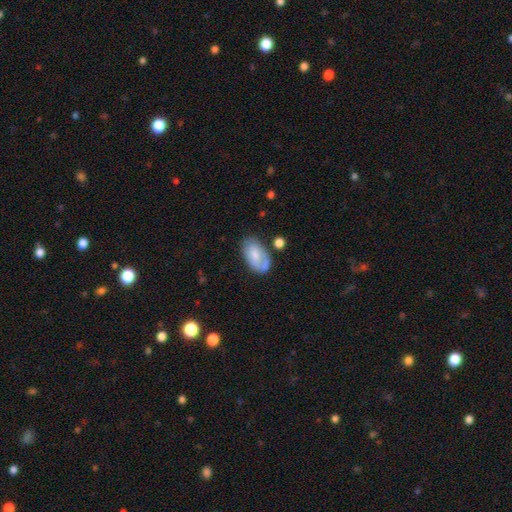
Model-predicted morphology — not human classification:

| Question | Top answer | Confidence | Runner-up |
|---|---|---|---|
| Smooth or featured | smooth | 62% | featured or disk (31%) |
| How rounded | in between | 92% | round (6%) |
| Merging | none | 59% | minor disturbance (26%) |